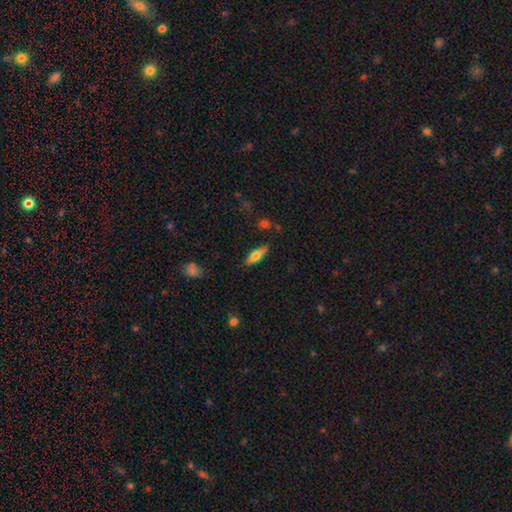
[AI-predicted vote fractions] A smooth galaxy with no disk features (57%) that is cigar-shaped (51%). Merging: none (85%).